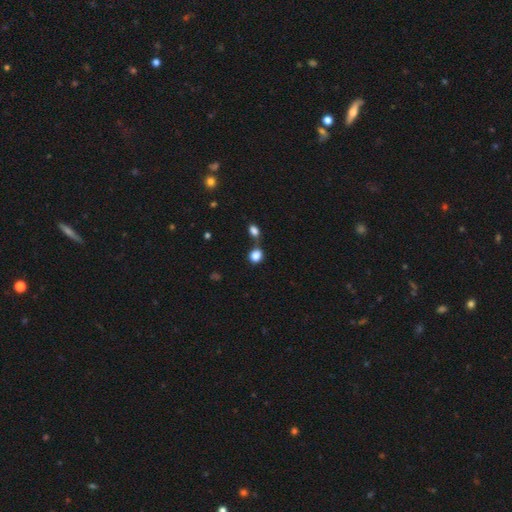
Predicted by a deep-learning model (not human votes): smooth 85%, star or artifact 11%, featured or disk 5%. Down the decision tree: how rounded — round (64%); merging — none (57%).